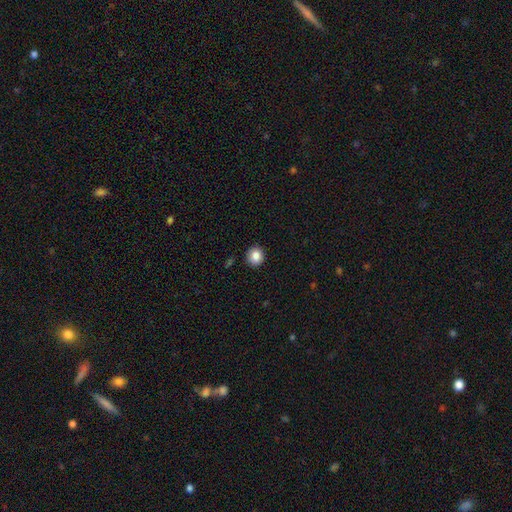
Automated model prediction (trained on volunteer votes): A smooth galaxy with no disk features (84%) that is round (88%). Merging: none (91%).